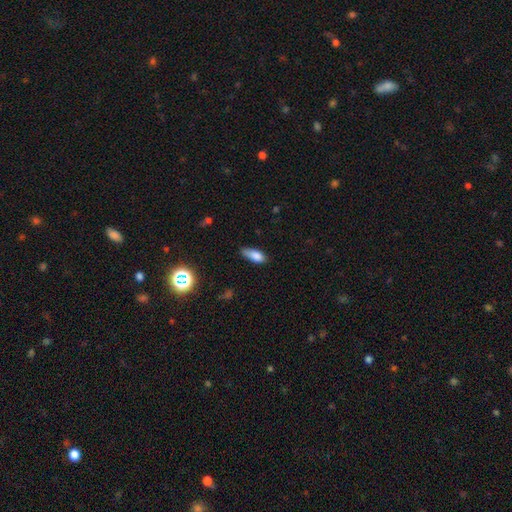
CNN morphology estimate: Smooth or featured: smooth — 82% (star or artifact — 9%)
How rounded: in between — 77% (cigar-shaped — 20%)
Merging: none — 55% (minor disturbance — 35%)